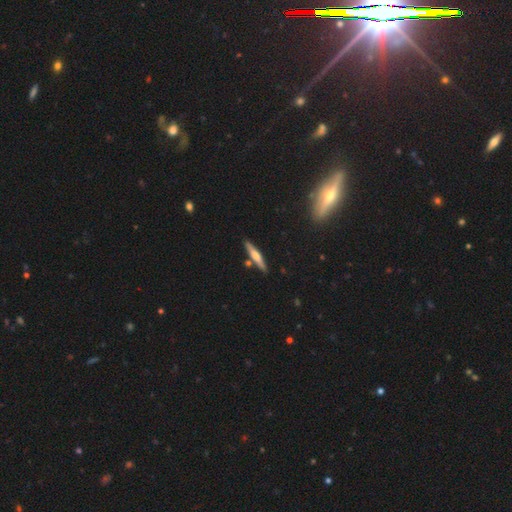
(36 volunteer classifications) A smooth galaxy with no disk features (47%, tied with featured or disk) that is cigar-shaped (88%). Merging: none (74%).